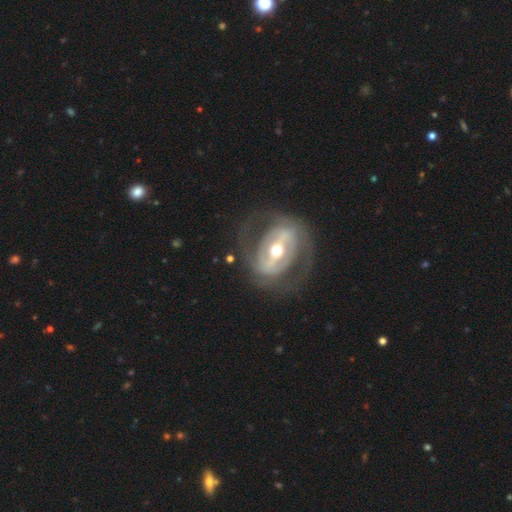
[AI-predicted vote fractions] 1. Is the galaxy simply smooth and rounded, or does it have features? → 75% featured or disk, 14% smooth, 11% star or artifact.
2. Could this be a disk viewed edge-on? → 92% no, 8% yes.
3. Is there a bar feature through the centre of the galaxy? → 44% strong, 31% weak, 25% no.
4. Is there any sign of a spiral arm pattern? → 69% yes, 31% no.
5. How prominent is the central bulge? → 49% moderate, 43% small, 5% large, 2% dominant, 1% none.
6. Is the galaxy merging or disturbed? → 75% none, 12% minor disturbance, 11% major disturbance, 2% merger.